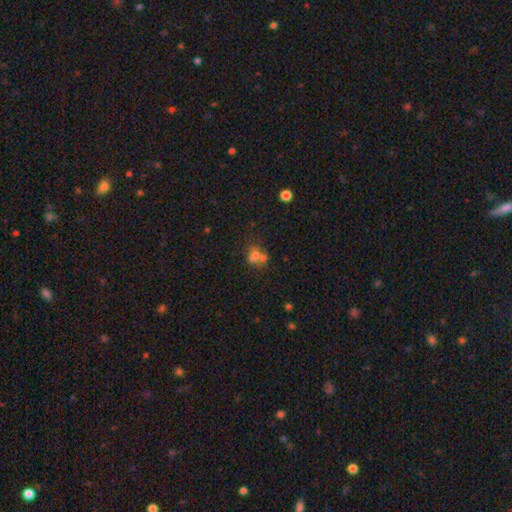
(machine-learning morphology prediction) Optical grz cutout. It shows a smooth galaxy with no disk features (58%) that is round (55%). Merging: merger (47%).